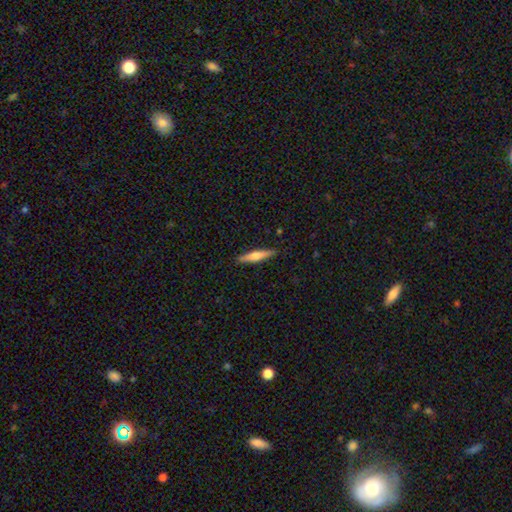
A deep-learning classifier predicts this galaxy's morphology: Overall: smooth (54%; featured or disk 40%). How rounded: cigar-shaped (86%). Merging: none (90%).